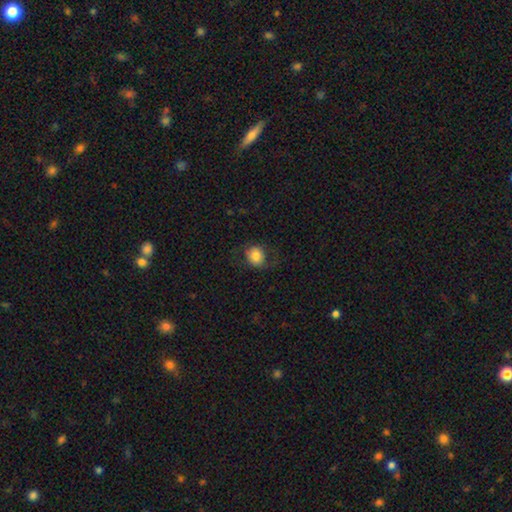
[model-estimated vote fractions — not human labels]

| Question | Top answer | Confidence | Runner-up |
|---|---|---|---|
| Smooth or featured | smooth | 76% | featured or disk (16%) |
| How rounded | round | 66% | in between (33%) |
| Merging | none | 67% | minor disturbance (19%) |